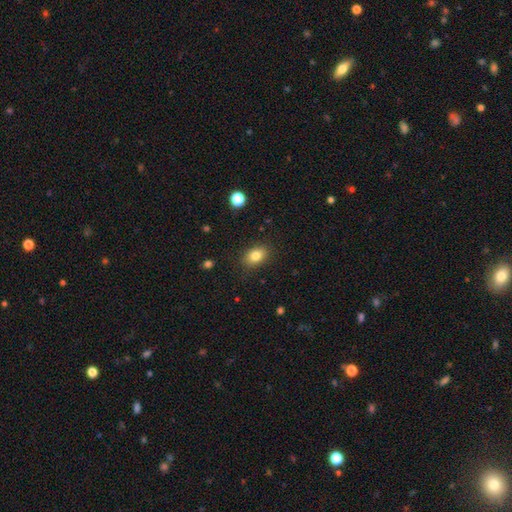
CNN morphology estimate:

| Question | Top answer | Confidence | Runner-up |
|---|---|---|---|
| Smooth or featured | smooth | 82% | star or artifact (10%) |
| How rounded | in between | 79% | round (20%) |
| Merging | none | 85% | minor disturbance (11%) |